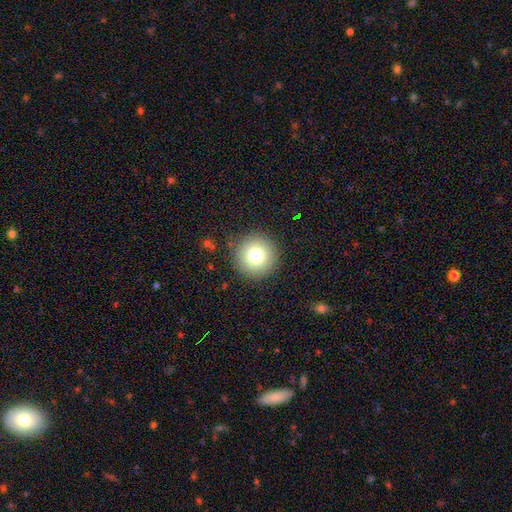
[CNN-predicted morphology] Q: Smooth or featured?
A: smooth (78%); runner-up: star or artifact (12%)
Q: How rounded?
A: round (96%); runner-up: in between (3%)
Q: Merging?
A: none (91%); runner-up: minor disturbance (6%)